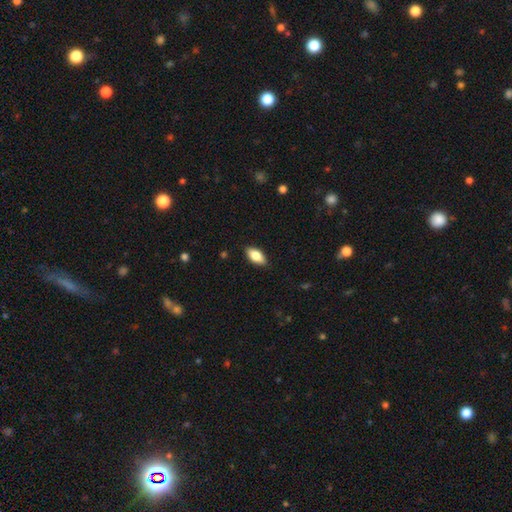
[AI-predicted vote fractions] A smooth galaxy with no disk features (79%) that is in between round and cigar-shaped (89%).

Vote fractions:
- Smooth or featured? smooth: 79% / featured or disk: 14% / star or artifact: 7%
- How rounded? in between: 89% / cigar-shaped: 8% / round: 3%
- Merging? none: 88% / minor disturbance: 9% / major disturbance: 2% / merger: 1%